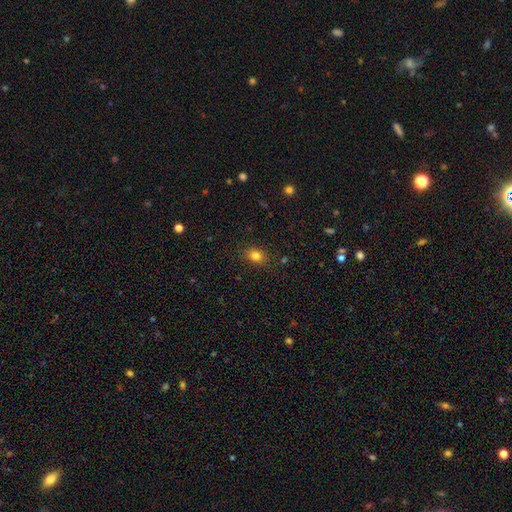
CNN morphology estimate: This is clearly a smooth galaxy (81%). How rounded: possibly in between (57%). Merging: clearly none (85%).